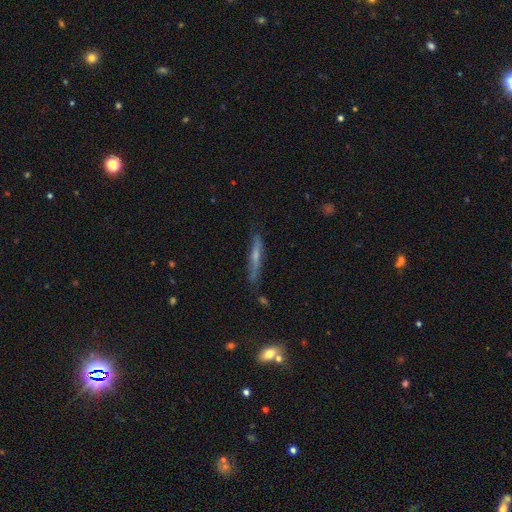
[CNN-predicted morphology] This is possibly a featured or disk galaxy (54%). It is clearly viewed edge-on (93%). Edge-on bulge: possibly rounded (55%). Merging: likely none (80%).